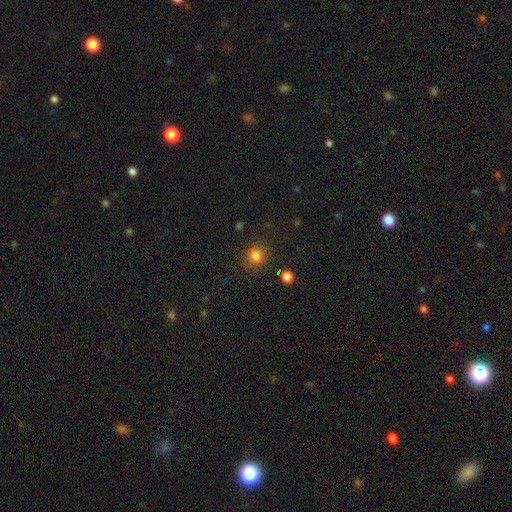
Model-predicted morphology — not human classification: This is clearly a smooth galaxy (82%). How rounded: clearly round (85%). Merging: clearly none (84%).